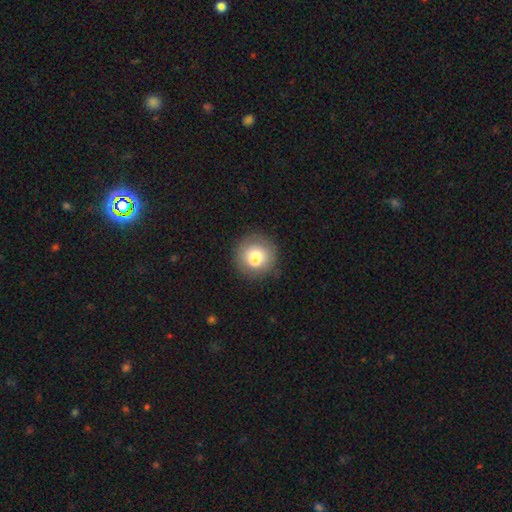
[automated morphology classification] smooth_or_featured: smooth (p=0.73) [alt: featured or disk p=0.17]
how_rounded: round (p=0.89) [alt: in between p=0.10]
merging: none (p=0.76) [alt: minor disturbance p=0.13]